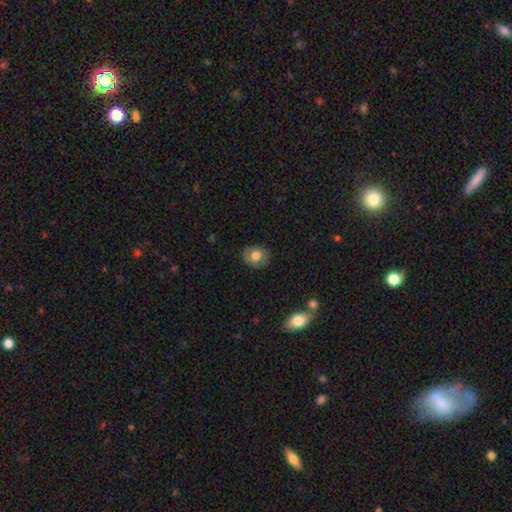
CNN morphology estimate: This appears to be a smooth galaxy with no disk features (73%) that is round (58%). Merging: none (84%).